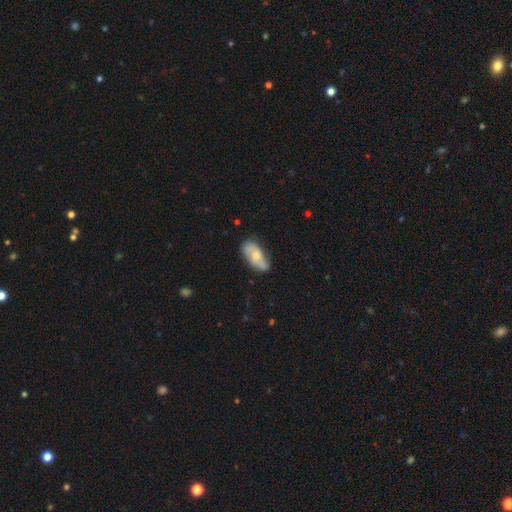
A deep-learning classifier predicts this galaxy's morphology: Overall: smooth (49%; featured or disk 44%). Merging: none (68%).